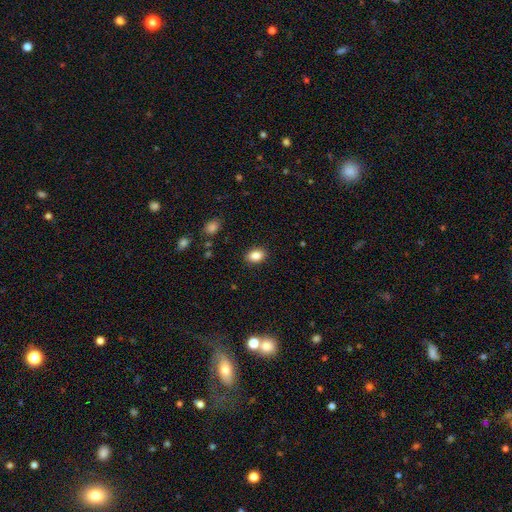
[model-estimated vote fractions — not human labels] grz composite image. It shows a smooth galaxy with no disk features (86%) that is in between round and cigar-shaped (76%). Merging: none (89%).